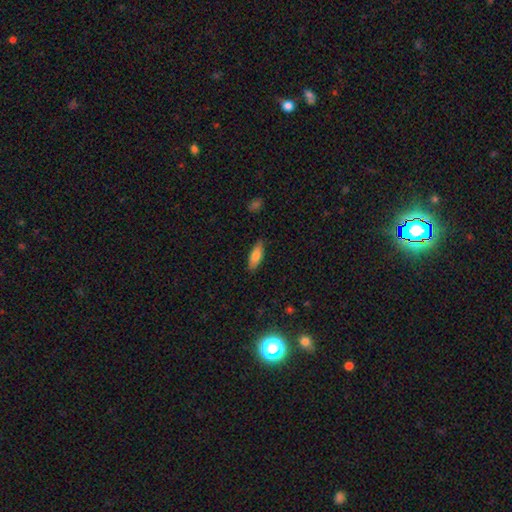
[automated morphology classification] The model was most divided on "how rounded": in between: 69%, cigar-shaped: 29%, round: 2%. More confident: merging — none (85%); smooth or featured — smooth (78%).